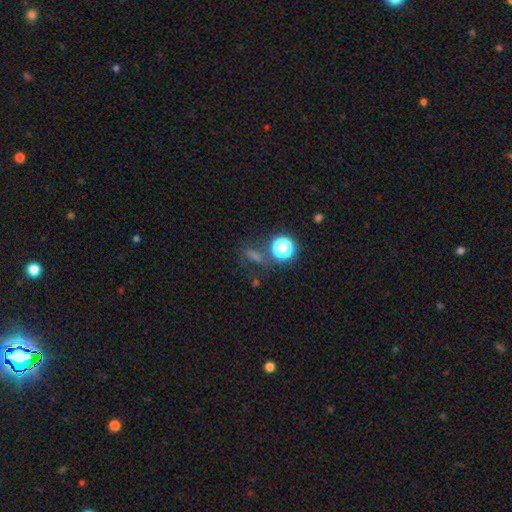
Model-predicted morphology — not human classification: A star or artifact, not a galaxy (47%).

Vote fractions:
- Smooth or featured? star or artifact: 47% / smooth: 40% / featured or disk: 13%